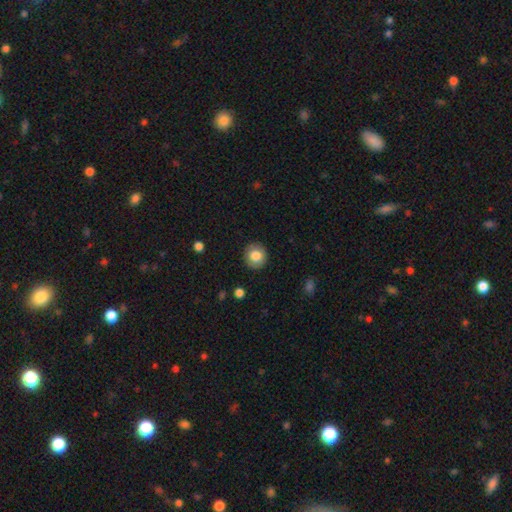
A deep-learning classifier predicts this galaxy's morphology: Smooth or featured? Predicted: smooth (p=0.82). How rounded? Predicted: round (p=0.91). Merging? Predicted: none (p=0.90).